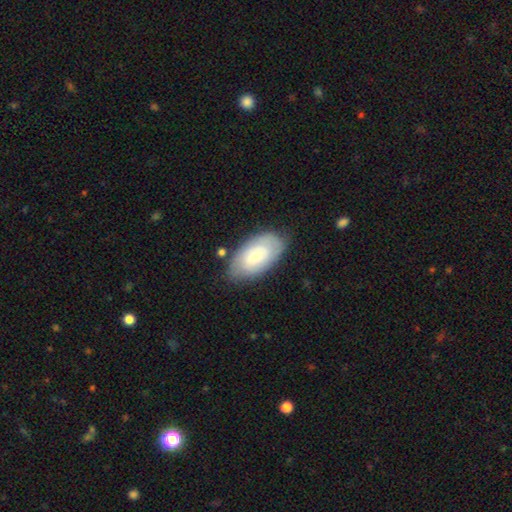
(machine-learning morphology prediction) This is possibly a smooth galaxy (54%). How rounded: clearly in between (94%). Merging: likely none (73%).